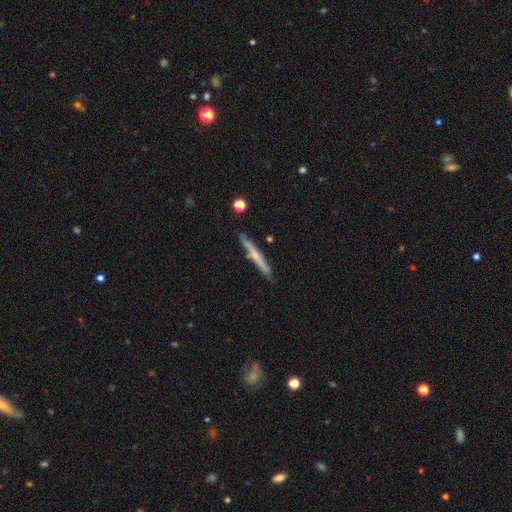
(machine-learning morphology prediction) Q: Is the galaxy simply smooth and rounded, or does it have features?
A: featured or disk — 56%.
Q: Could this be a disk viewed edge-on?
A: yes — 91%.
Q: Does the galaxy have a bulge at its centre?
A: rounded — 49%.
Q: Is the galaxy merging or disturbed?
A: none — 81%.